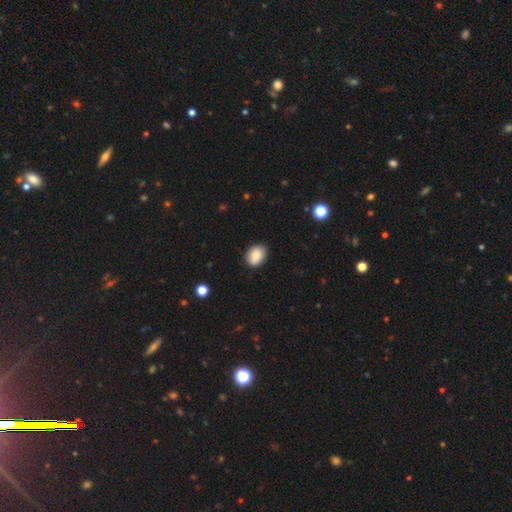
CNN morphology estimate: type=smooth (84%); roundness=in between (65%); merging=none (86%).